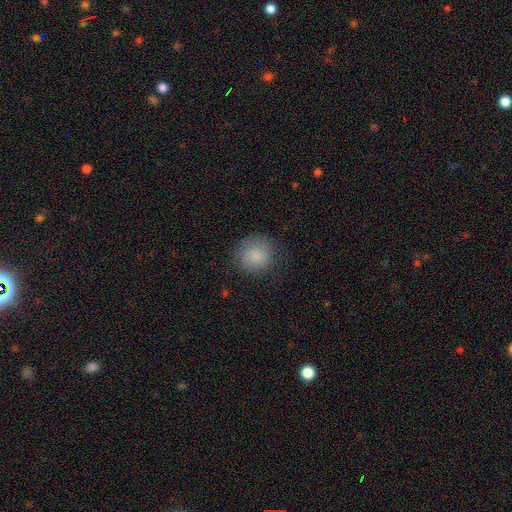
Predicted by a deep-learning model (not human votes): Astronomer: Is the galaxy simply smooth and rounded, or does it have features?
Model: smooth — 84%.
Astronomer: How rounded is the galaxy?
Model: round — 91%.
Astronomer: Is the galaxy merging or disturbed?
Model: none — 78%.